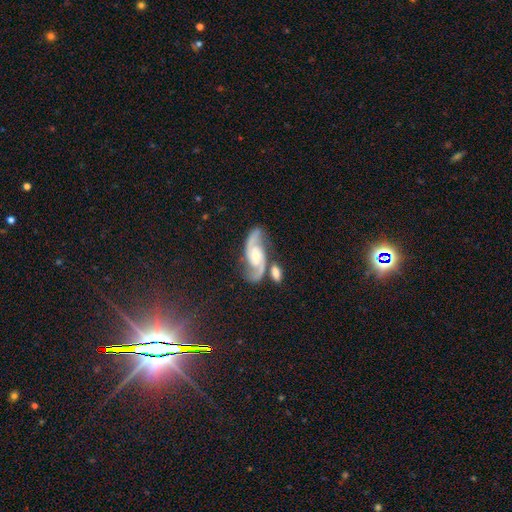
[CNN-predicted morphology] The model was most divided on "bulge size": moderate: 47%, small: 42%, large: 6%, none: 4%, dominant: 1%. More confident: spiral arms — yes (98%); edge-on disk — no (96%); spiral arm count — 2 (94%); smooth or featured — featured or disk (89%); merging — none (63%); spiral winding — medium (54%); bar — no (52%).